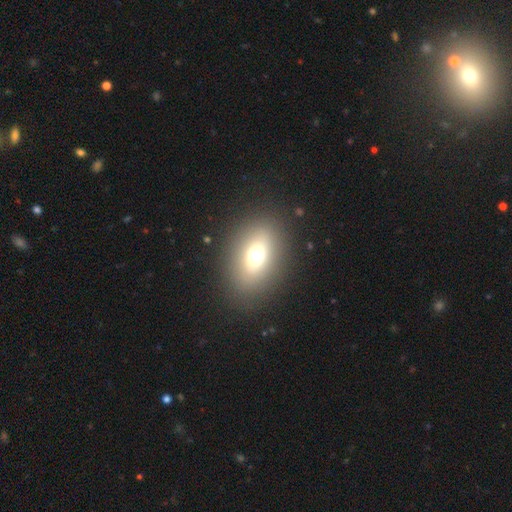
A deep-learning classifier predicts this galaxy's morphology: Smooth or featured? Predicted: smooth (p=0.66). How rounded? Predicted: in between (p=0.71). Merging? Predicted: none (p=0.85).